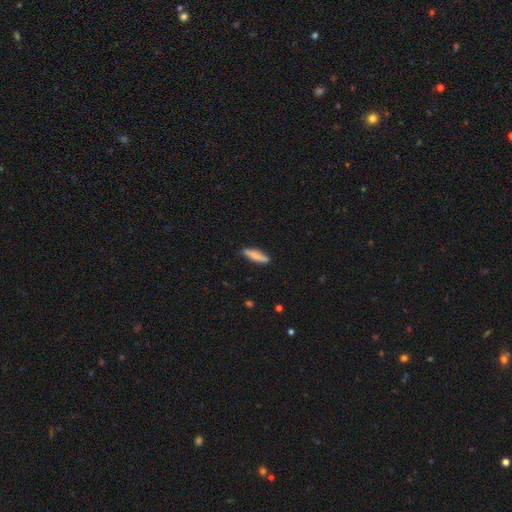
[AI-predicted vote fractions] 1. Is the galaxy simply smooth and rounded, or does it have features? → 80% smooth, 14% featured or disk, 6% star or artifact.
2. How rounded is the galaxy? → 72% cigar-shaped, 26% in between, 2% round.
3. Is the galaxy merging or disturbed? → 83% none, 13% minor disturbance, 2% major disturbance, 1% merger.